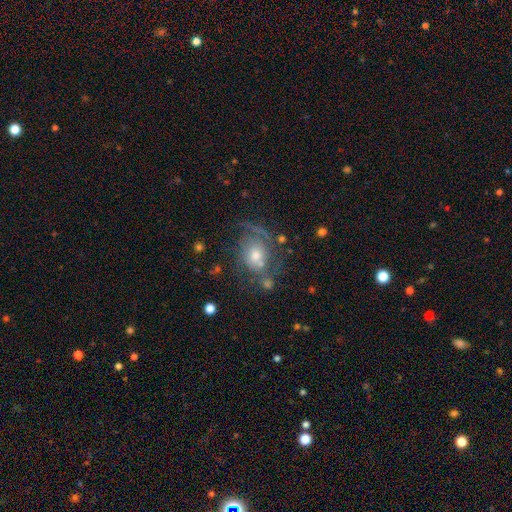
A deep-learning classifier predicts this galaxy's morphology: The model was most divided on "smooth or featured": featured or disk: 55%, smooth: 33%, star or artifact: 13%. Remaining: edge-on disk — no (96%); bar — no (79%); spiral arms — yes (72%); bulge size — moderate (61%); merging — none (47%).